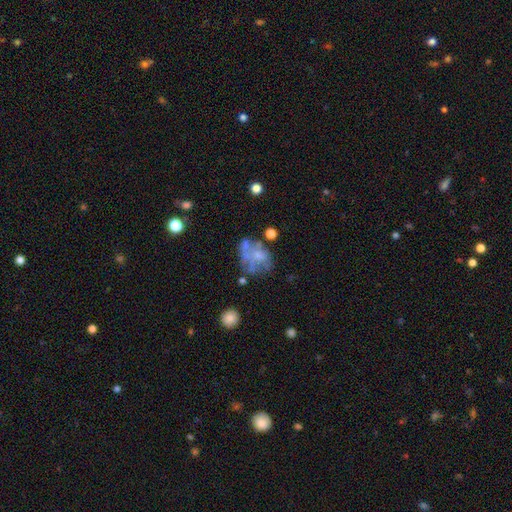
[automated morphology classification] This appears to be a featured or disk galaxy (53%) with no bar (89%), no spiral arms (86%) and no central bulge (52%). Merging: none (36%).